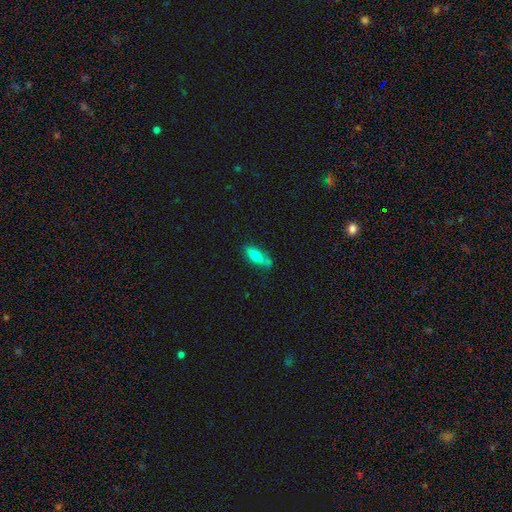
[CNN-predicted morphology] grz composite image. It shows a smooth galaxy with no disk features (68%) that is in between round and cigar-shaped (60%). Merging: none (65%).